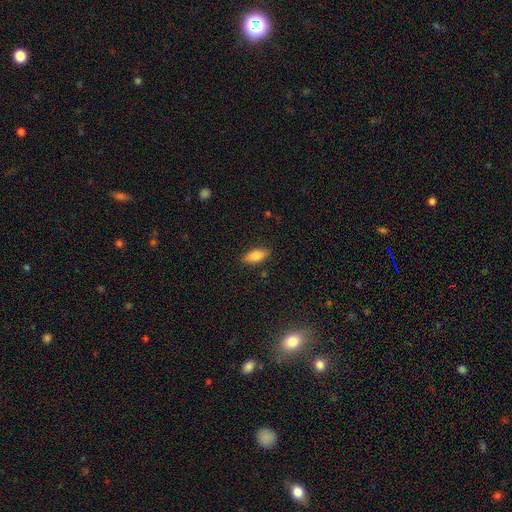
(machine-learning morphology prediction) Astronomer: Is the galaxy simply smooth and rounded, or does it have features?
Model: smooth — 83%.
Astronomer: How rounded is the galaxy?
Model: in between — 84%.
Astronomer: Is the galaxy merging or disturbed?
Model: none — 86%.